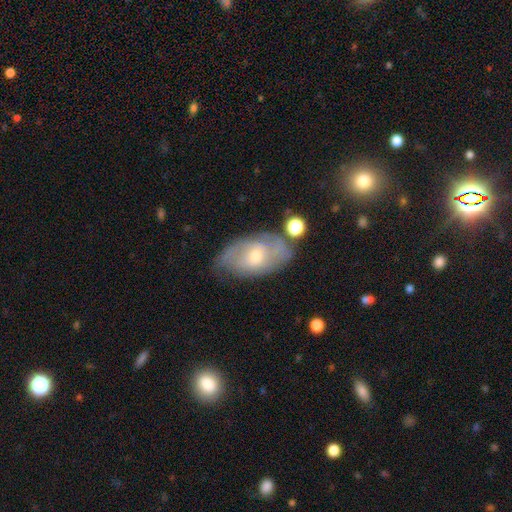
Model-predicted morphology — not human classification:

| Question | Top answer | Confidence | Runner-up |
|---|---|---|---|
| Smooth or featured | featured or disk | 62% | smooth (31%) |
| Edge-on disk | no | 92% | yes (8%) |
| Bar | no | 60% | weak (33%) |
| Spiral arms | yes | 77% | no (23%) |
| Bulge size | small | 49% | moderate (46%) |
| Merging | none | 62% | minor disturbance (25%) |